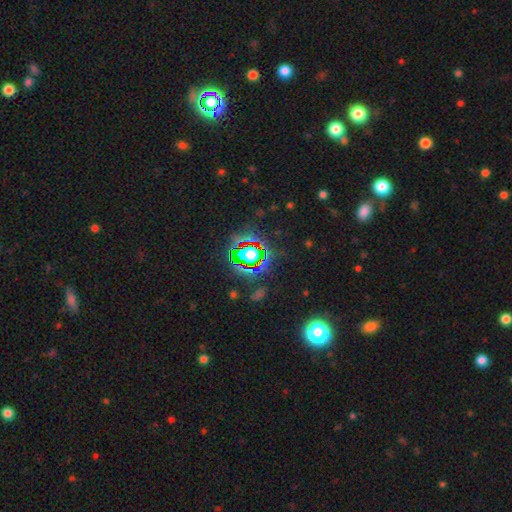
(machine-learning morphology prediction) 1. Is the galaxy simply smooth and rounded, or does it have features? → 80% star or artifact, 12% smooth, 8% featured or disk.